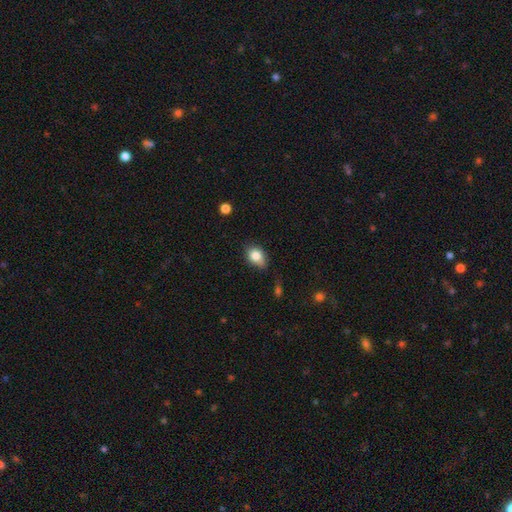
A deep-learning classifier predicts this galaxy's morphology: This is clearly a smooth galaxy (82%). How rounded: likely in between (65%). Merging: likely none (64%).